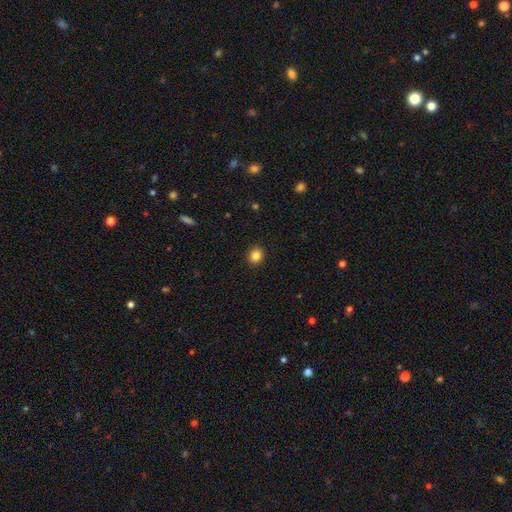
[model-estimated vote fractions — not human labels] Smooth or featured? Predicted: smooth (p=0.84). How rounded? Predicted: round (p=0.82). Merging? Predicted: none (p=0.92).